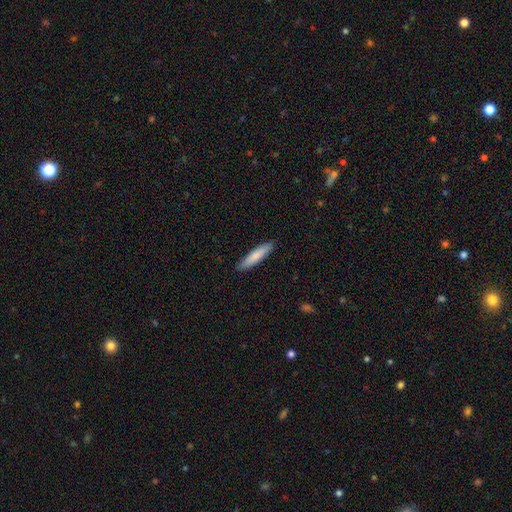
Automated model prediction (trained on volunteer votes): Smooth or featured?
  - smooth: 82% *
  - featured or disk: 13%
  - star or artifact: 5%
How rounded?
  - cigar-shaped: 83% *
  - in between: 16%
  - round: 1%
Merging?
  - none: 89% *
  - minor disturbance: 8%
  - major disturbance: 1%
  - merger: 1%